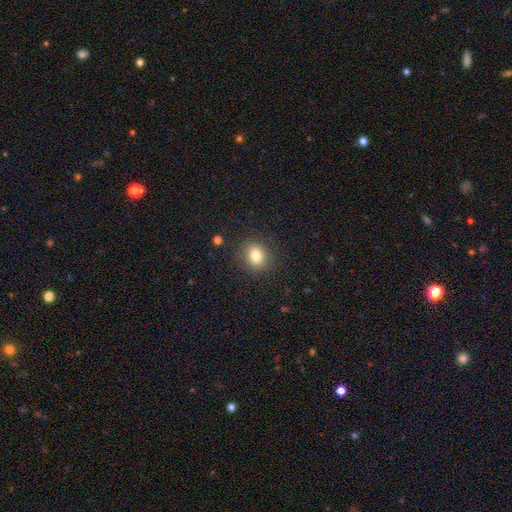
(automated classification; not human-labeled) smooth-or-featured: smooth: 81% | star or artifact: 11% | featured or disk: 8%
  how-rounded: round: 67% | in between: 32% | cigar-shaped: 1%
  merging: none: 88% | minor disturbance: 8% | major disturbance: 3% | merger: 1%